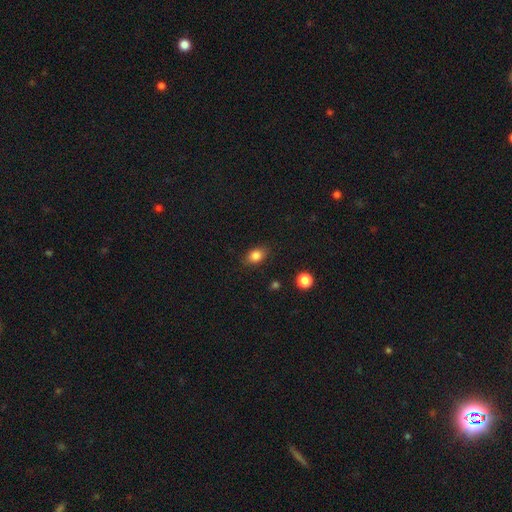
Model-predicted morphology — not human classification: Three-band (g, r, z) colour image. It shows a smooth galaxy with no disk features (83%) that is in between round and cigar-shaped (74%). Merging: none (84%).